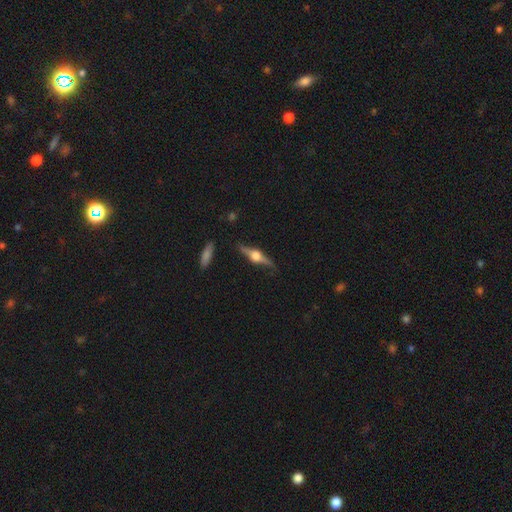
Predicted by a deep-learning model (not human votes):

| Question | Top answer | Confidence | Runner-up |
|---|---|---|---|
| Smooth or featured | featured or disk | 79% | smooth (15%) |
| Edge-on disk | yes | 97% | no (3%) |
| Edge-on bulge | rounded | 96% | boxy (3%) |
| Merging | none | 86% | minor disturbance (10%) |